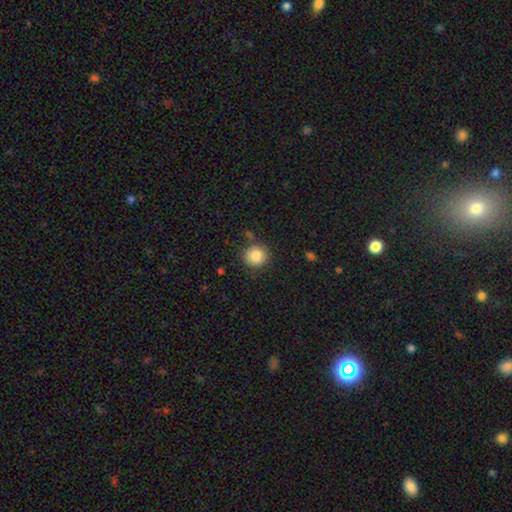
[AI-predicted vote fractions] smooth-or-featured: smooth: 85% | star or artifact: 9% | featured or disk: 6%
  how-rounded: round: 93% | in between: 6% | cigar-shaped: 1%
  merging: none: 85% | minor disturbance: 10% | merger: 3% | major disturbance: 3%